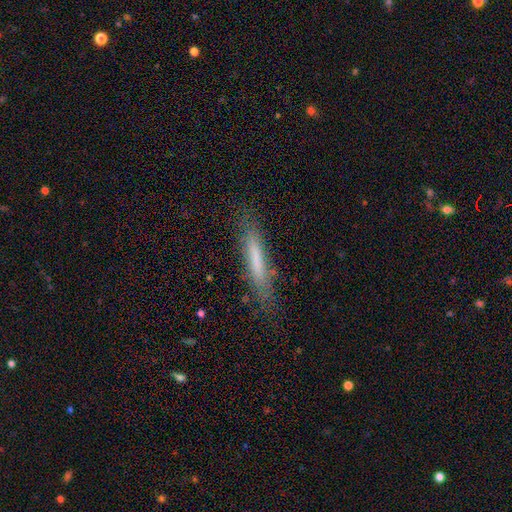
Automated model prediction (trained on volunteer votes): A smooth galaxy with no disk features (64%) that is cigar-shaped (92%). Merging: none (80%).